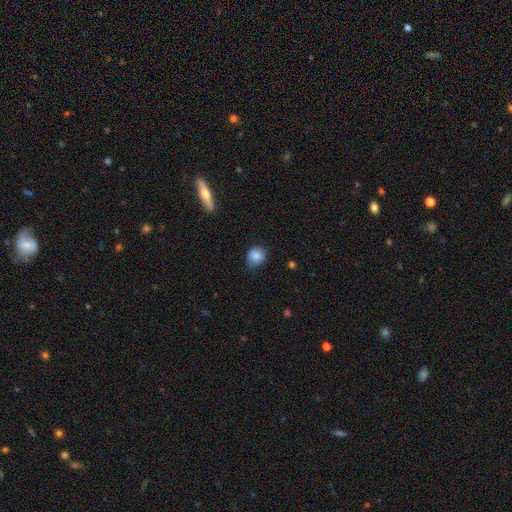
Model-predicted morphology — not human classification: Smooth or featured? Predicted: smooth (p=0.83). How rounded? Predicted: round (p=0.74). Merging? Predicted: none (p=0.72).